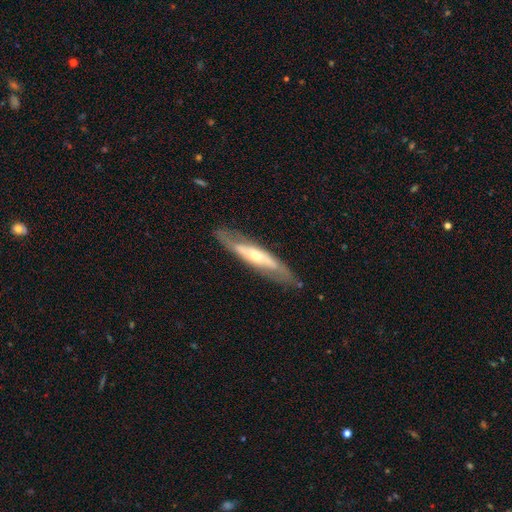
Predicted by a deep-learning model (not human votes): Overall: featured or disk (67%; smooth 28%). Edge-on disk: yes (51%; no 49%). Merging: none (79%).